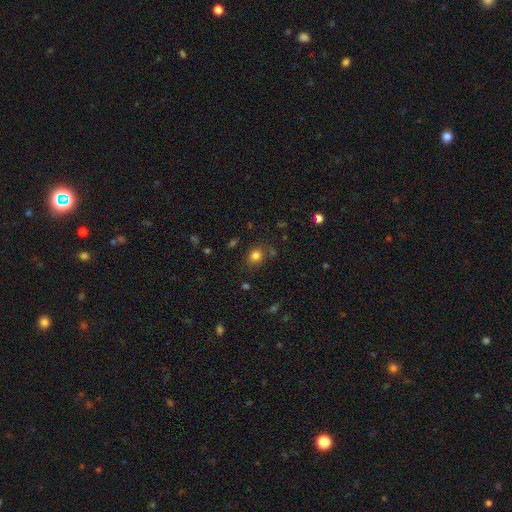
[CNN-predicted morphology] Smooth or featured: smooth — 80% (star or artifact — 14%)
How rounded: round — 68% (in between — 31%)
Merging: none — 78% (minor disturbance — 13%)